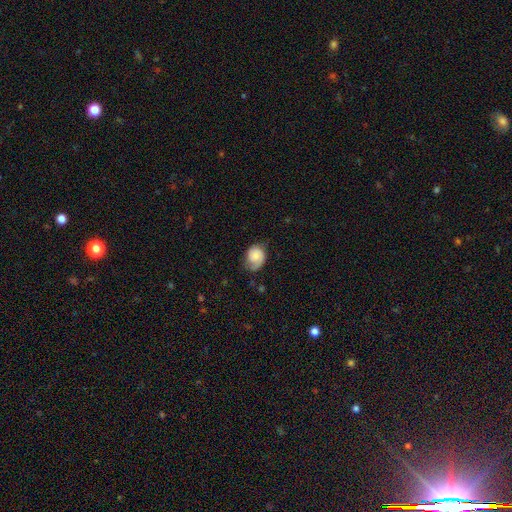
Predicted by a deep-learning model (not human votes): smooth 55%, featured or disk 37%, star or artifact 8%. Down the decision tree: how rounded — round (53%); merging — none (53%).